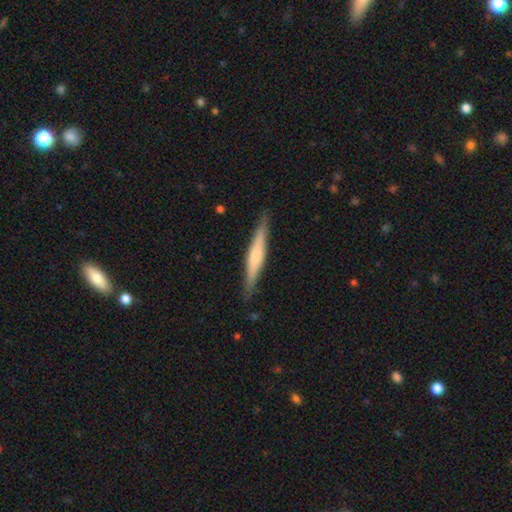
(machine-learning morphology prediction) type=featured or disk (52%); edge-on=yes (97%); edge-on bulge=rounded (54%); merging=none (88%).